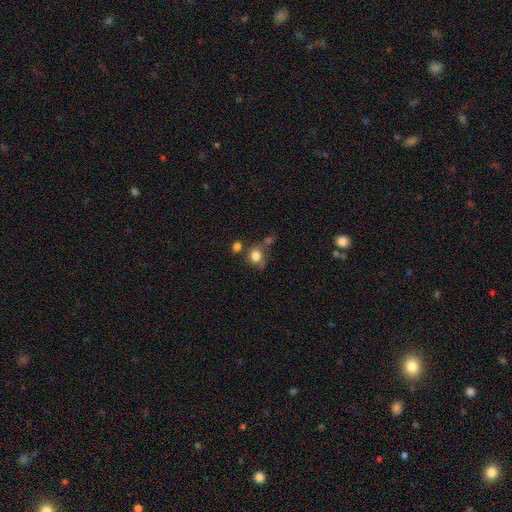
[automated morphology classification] smooth 78%, star or artifact 12%, featured or disk 10%. Down the decision tree: how rounded — round (67%); merging — none (49%).